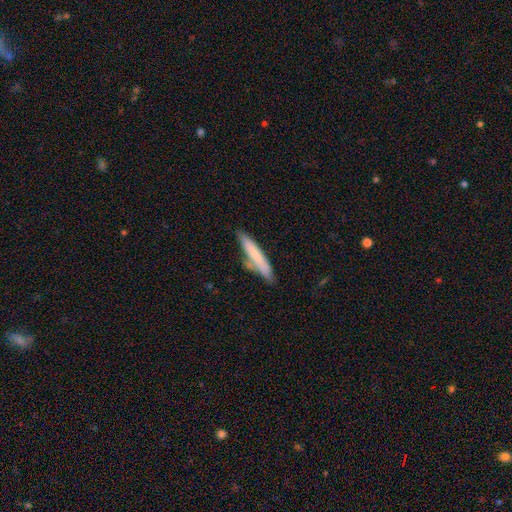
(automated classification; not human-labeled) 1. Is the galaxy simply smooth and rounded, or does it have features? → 72% smooth, 22% featured or disk, 6% star or artifact.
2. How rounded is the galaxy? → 89% cigar-shaped, 10% in between, 1% round.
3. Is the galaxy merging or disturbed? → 69% none, 18% minor disturbance, 9% merger, 4% major disturbance.